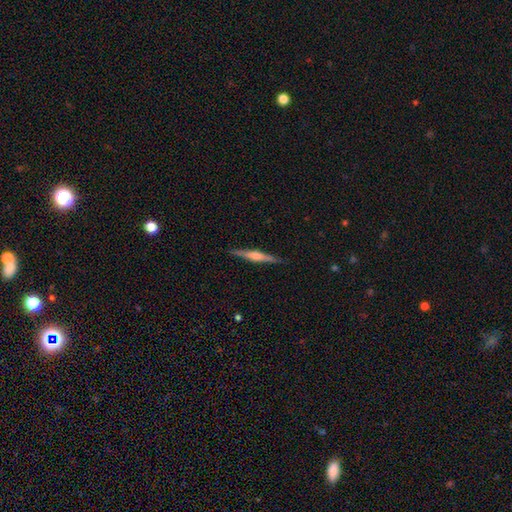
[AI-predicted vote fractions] A featured or disk galaxy (67%) viewed edge-on (98%) with a rounded central bulge (72%). Merging: none (90%).